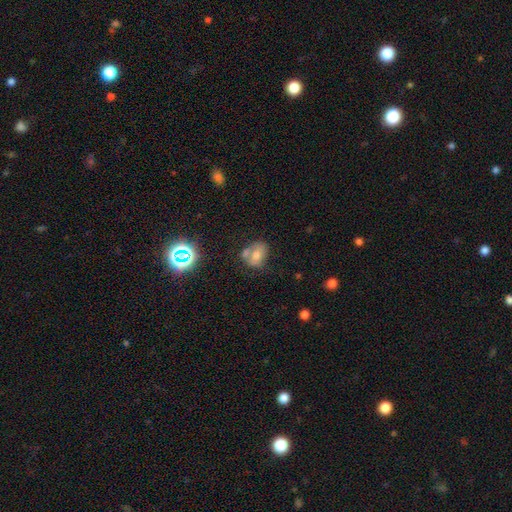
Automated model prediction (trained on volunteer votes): smooth 56%, featured or disk 27%, star or artifact 16%. Down the decision tree: how rounded — in between (52%); merging — none (41%).